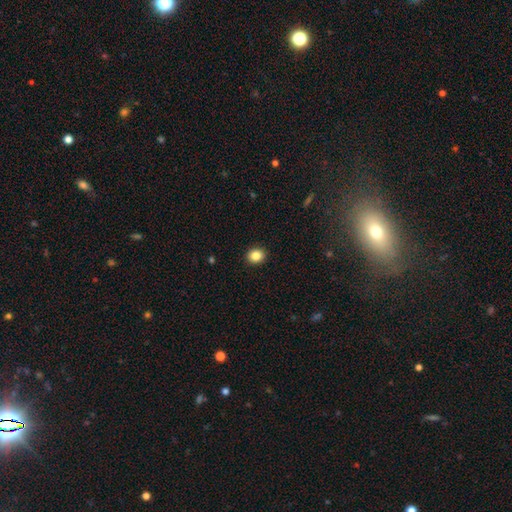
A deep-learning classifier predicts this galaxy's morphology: The model was most divided on "how rounded": round: 69%, in between: 31%, cigar-shaped: 1%. More confident: merging — none (92%); smooth or featured — smooth (85%).